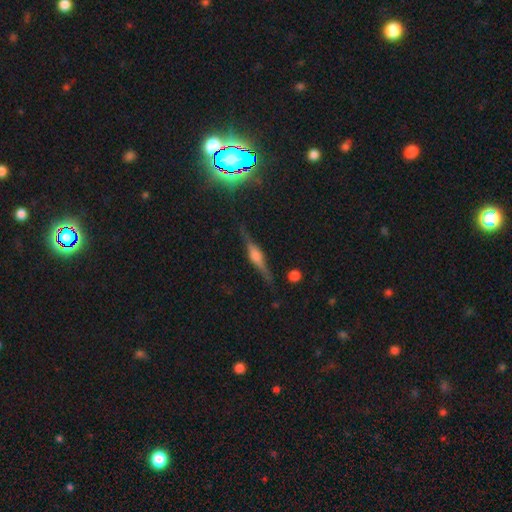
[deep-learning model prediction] Q: Smooth or featured?
A: featured or disk (75%); runner-up: smooth (16%)
Q: Edge-on disk?
A: yes (97%); runner-up: no (3%)
Q: Edge-on bulge?
A: rounded (75%); runner-up: boxy (21%)
Q: Merging?
A: none (85%); runner-up: minor disturbance (11%)